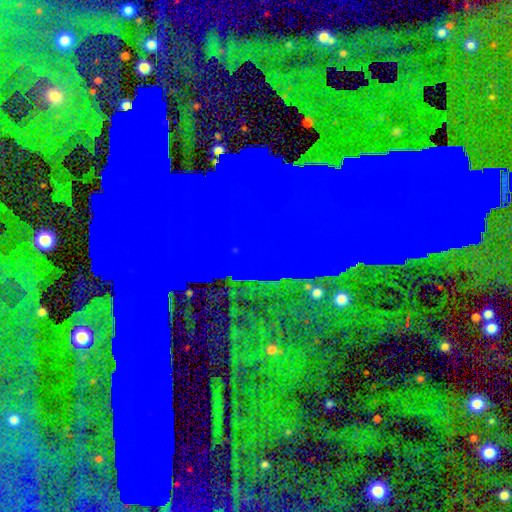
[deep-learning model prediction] Smooth or featured? Predicted: star or artifact (p=0.84).